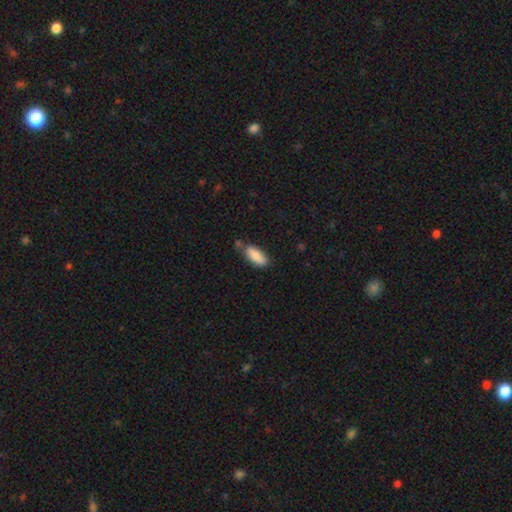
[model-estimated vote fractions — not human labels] A smooth galaxy with no disk features (86%) that is in between round and cigar-shaped (78%). Merging: none (62%).